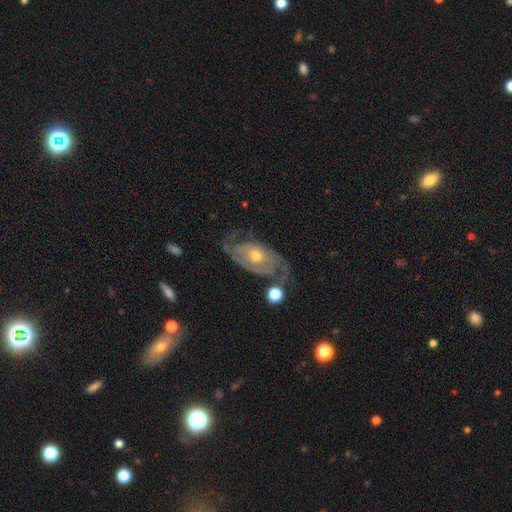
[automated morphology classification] Smooth or featured? Predicted: featured or disk (p=0.85). Edge-on disk? Predicted: no (p=0.94). Bar? Predicted: no (p=0.75). Spiral arms? Predicted: yes (p=0.90). Spiral winding? Predicted: tight (p=0.55). Spiral arm count? Predicted: 2 (p=0.71). Bulge size? Predicted: moderate (p=0.61). Merging? Predicted: none (p=0.67).